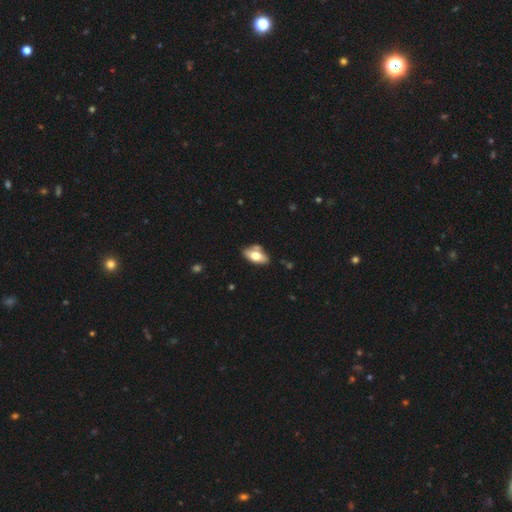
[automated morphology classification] smooth_or_featured: smooth (p=0.65) [alt: featured or disk p=0.28]
how_rounded: in between (p=0.90) [alt: cigar-shaped p=0.07]
merging: none (p=0.65) [alt: minor disturbance p=0.19]